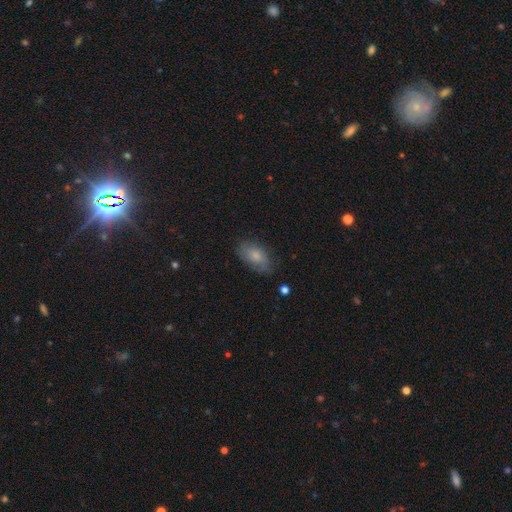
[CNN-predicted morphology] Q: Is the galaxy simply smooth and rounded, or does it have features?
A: smooth — 64%.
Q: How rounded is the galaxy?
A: in between — 90%.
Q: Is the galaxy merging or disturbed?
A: none — 68%.